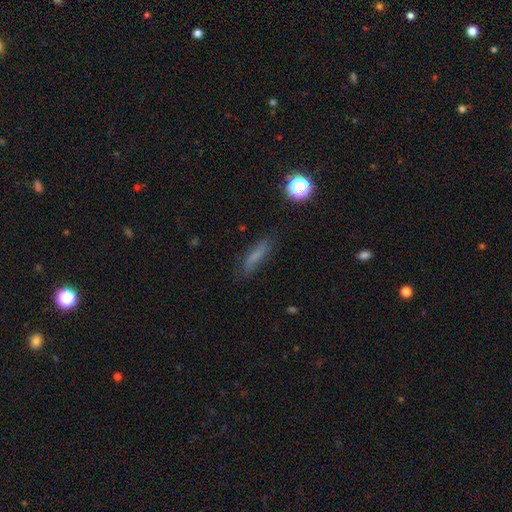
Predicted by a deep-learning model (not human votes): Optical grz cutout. It shows a smooth galaxy with no disk features (69%) that is cigar-shaped (75%). Merging: none (78%).